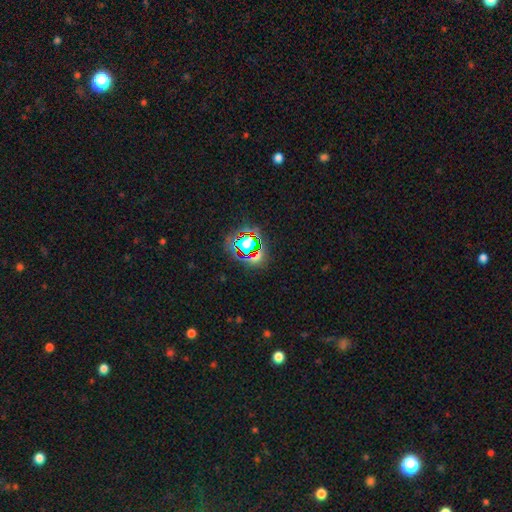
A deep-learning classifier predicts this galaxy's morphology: smooth_or_featured: star or artifact (p=0.61) [alt: smooth p=0.27]